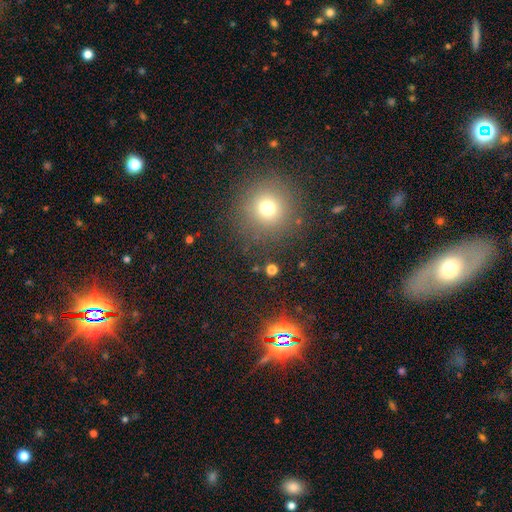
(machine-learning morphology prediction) smooth_or_featured: smooth (p=0.47) [alt: star or artifact p=0.39]
merging: none (p=0.89) [alt: minor disturbance p=0.06]